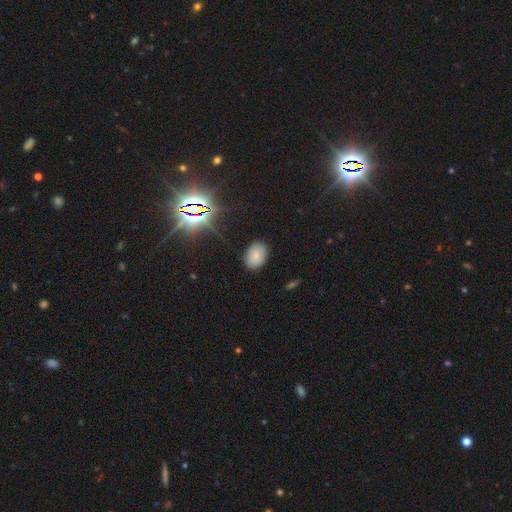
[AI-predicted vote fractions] Smooth or featured: smooth — 77% (star or artifact — 14%)
How rounded: in between — 82% (round — 17%)
Merging: none — 85% (minor disturbance — 11%)